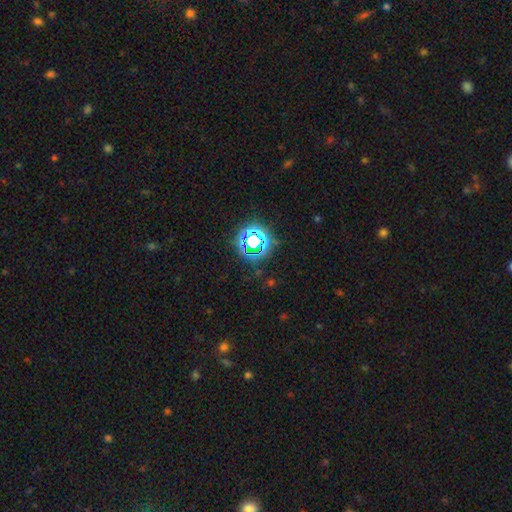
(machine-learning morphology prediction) Q: Smooth or featured?
A: star or artifact (74%); runner-up: smooth (20%)